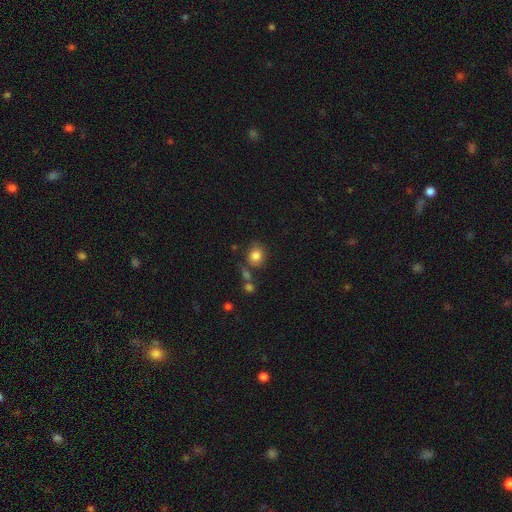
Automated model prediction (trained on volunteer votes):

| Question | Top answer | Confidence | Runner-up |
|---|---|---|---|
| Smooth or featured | smooth | 83% | star or artifact (10%) |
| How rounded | round | 74% | in between (25%) |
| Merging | none | 71% | minor disturbance (15%) |